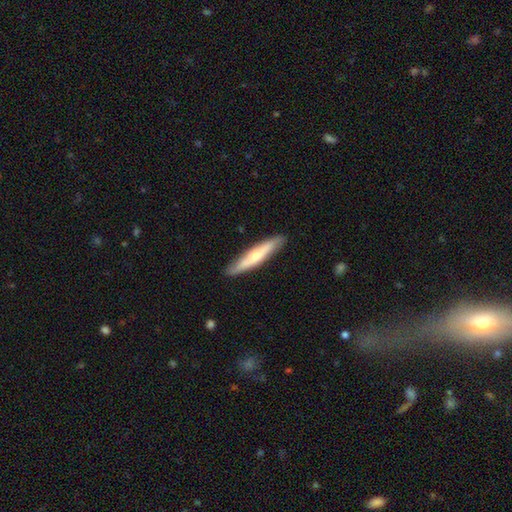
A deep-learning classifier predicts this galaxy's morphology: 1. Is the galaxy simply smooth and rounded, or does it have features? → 52% smooth, 43% featured or disk, 5% star or artifact.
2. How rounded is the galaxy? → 90% cigar-shaped, 9% in between, 1% round.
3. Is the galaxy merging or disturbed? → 88% none, 9% minor disturbance, 2% major disturbance, 1% merger.